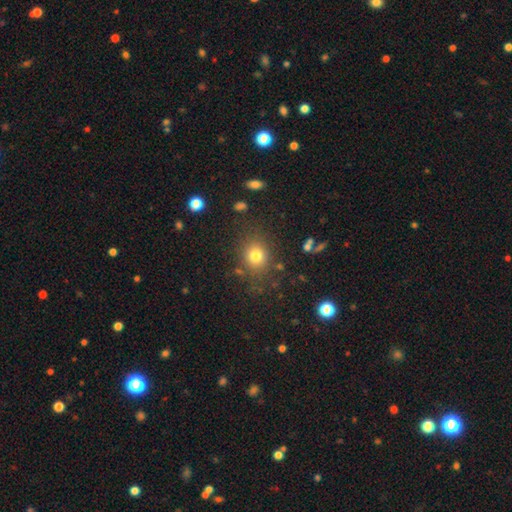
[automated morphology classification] Smooth or featured? Predicted: smooth (p=0.78). How rounded? Predicted: round (p=0.78). Merging? Predicted: none (p=0.82).